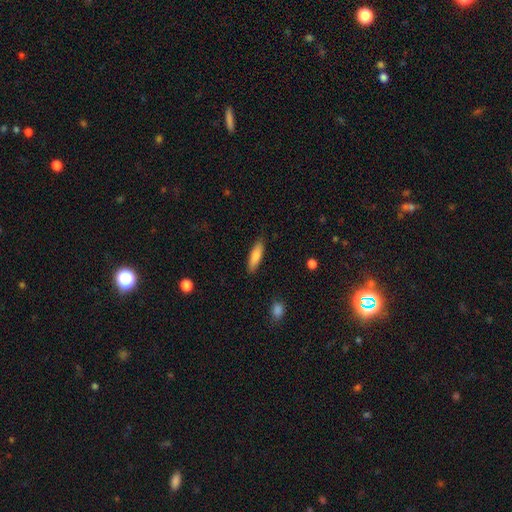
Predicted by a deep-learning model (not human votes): Smooth or featured? smooth (80%)
How rounded? cigar-shaped (56%)
Merging? none (87%)